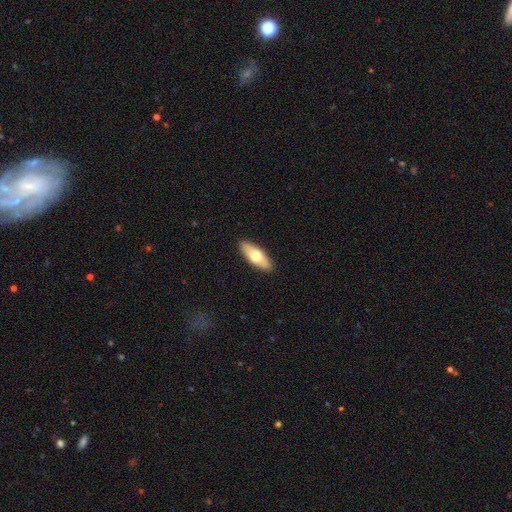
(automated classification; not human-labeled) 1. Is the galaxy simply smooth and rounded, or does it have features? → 63% smooth, 32% featured or disk, 5% star or artifact.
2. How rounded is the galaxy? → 71% in between, 26% cigar-shaped, 3% round.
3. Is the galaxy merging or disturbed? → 90% none, 7% minor disturbance, 2% major disturbance, 1% merger.